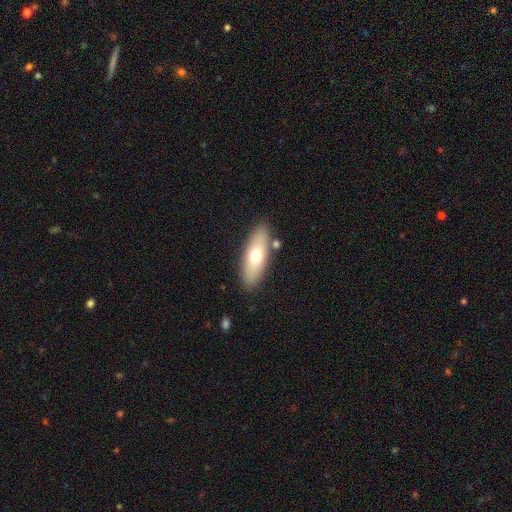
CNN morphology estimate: Q: Smooth or featured?
A: smooth (64%); runner-up: featured or disk (29%)
Q: How rounded?
A: in between (68%); runner-up: cigar-shaped (29%)
Q: Merging?
A: none (82%); runner-up: minor disturbance (10%)